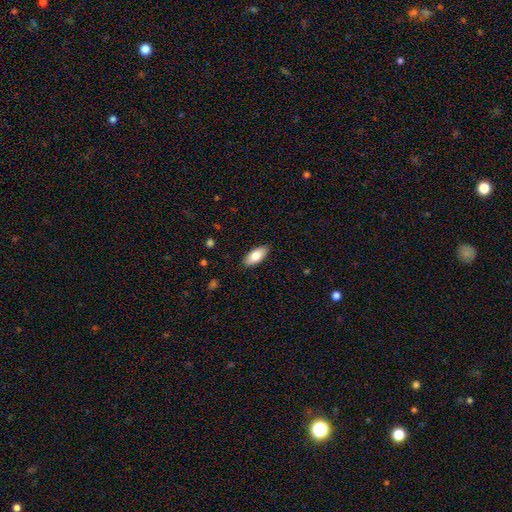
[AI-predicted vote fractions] Smooth or featured?
  - smooth: 82% *
  - featured or disk: 12%
  - star or artifact: 6%
How rounded?
  - in between: 86% *
  - cigar-shaped: 12%
  - round: 2%
Merging?
  - none: 88% *
  - minor disturbance: 9%
  - major disturbance: 2%
  - merger: 1%